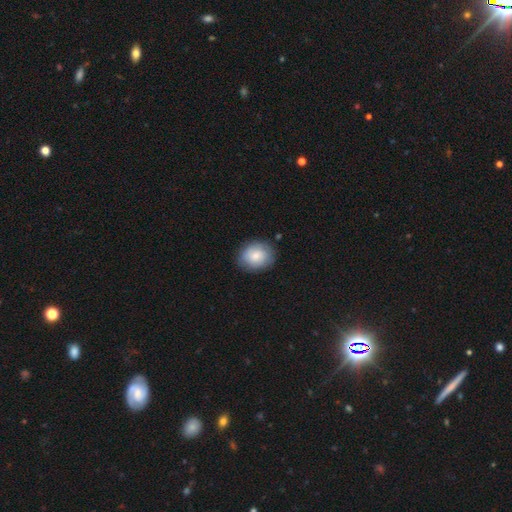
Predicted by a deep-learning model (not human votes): Smooth or featured? Predicted: smooth (p=0.77). How rounded? Predicted: round (p=0.59). Merging? Predicted: none (p=0.82).